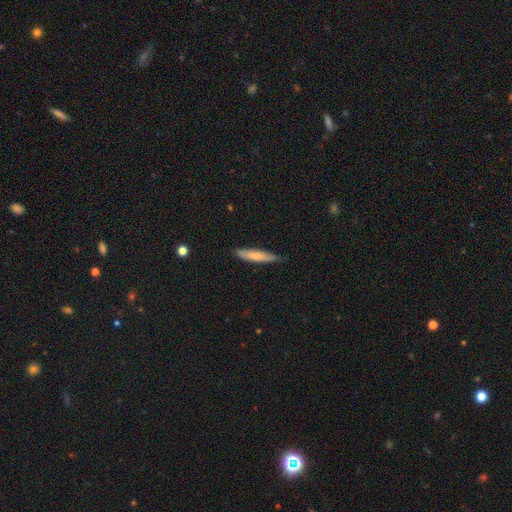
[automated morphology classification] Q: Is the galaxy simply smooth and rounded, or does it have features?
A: smooth — 67%.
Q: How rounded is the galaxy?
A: cigar-shaped — 84%.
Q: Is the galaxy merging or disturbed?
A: none — 76%.